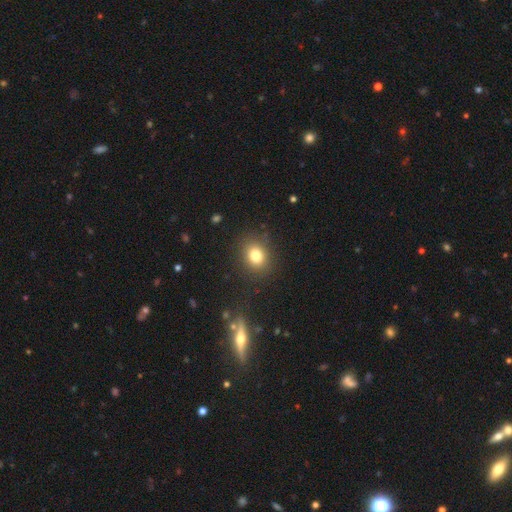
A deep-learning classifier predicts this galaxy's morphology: Smooth or featured: smooth — 79% (star or artifact — 12%)
How rounded: round — 60% (in between — 39%)
Merging: none — 86% (minor disturbance — 9%)